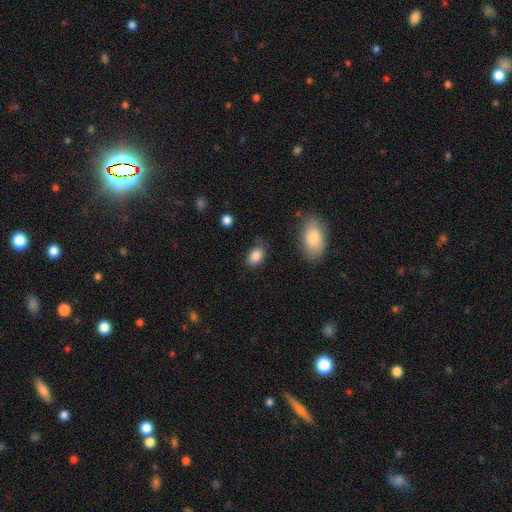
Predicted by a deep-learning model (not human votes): Overall: smooth (86%). How rounded: in between (86%). Merging: none (67%).